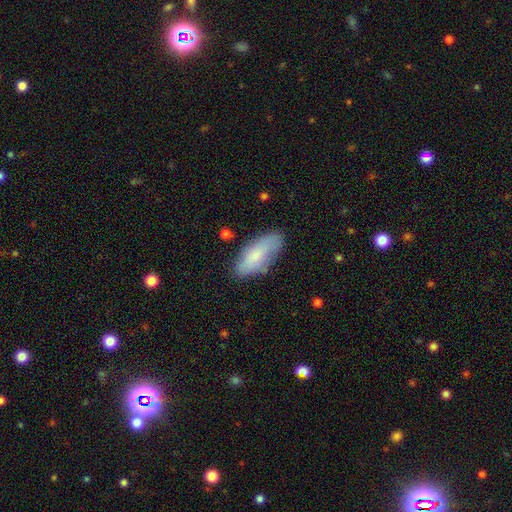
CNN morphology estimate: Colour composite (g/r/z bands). It shows a smooth galaxy with no disk features (78%) that is in between round and cigar-shaped (79%). Merging: none (72%).